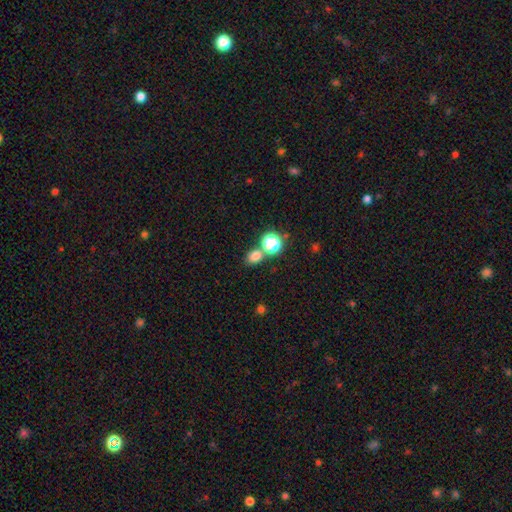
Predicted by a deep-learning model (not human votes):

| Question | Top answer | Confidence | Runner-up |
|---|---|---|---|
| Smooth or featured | smooth | 73% | star or artifact (21%) |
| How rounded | round | 51% | in between (48%) |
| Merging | none | 67% | merger (20%) |